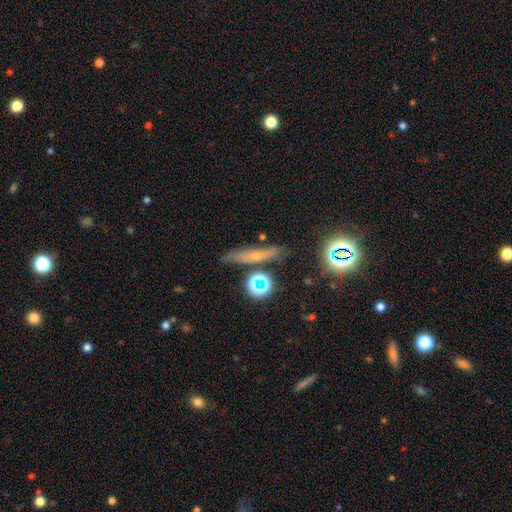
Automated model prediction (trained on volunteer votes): This appears to be a smooth galaxy with no disk features (42%). Merging: none (75%).